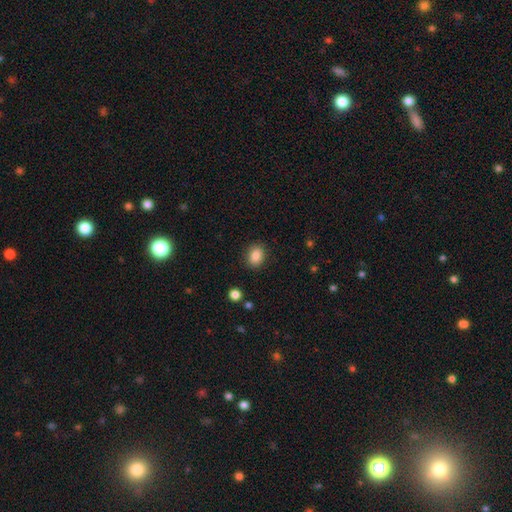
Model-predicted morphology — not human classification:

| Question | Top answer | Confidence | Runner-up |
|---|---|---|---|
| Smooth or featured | smooth | 86% | star or artifact (9%) |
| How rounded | in between | 58% | round (41%) |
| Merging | none | 88% | minor disturbance (8%) |